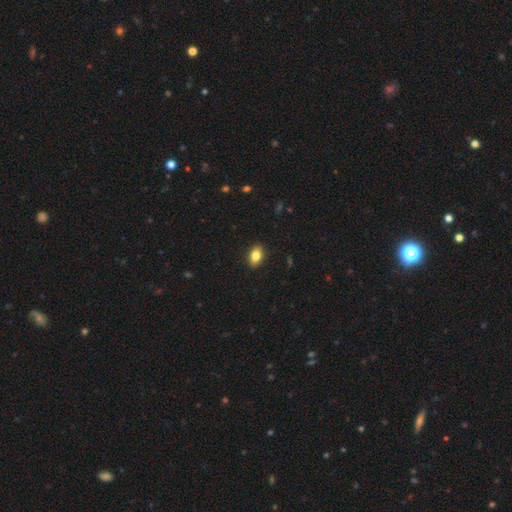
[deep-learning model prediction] Smooth or featured?
  - smooth: 82% *
  - featured or disk: 9%
  - star or artifact: 8%
How rounded?
  - in between: 86% *
  - round: 12%
  - cigar-shaped: 2%
Merging?
  - none: 90% *
  - minor disturbance: 8%
  - major disturbance: 2%
  - merger: 1%